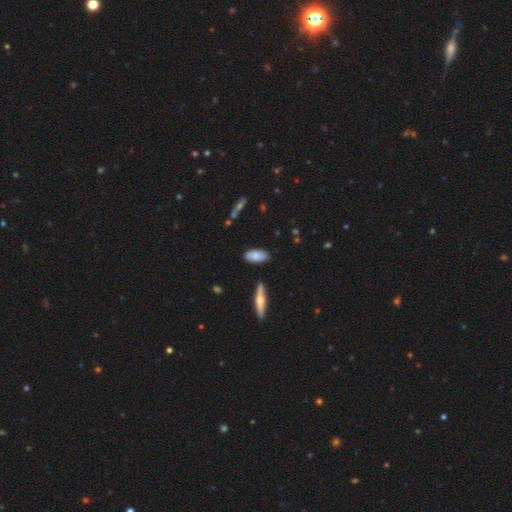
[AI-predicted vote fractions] Smooth or featured? smooth (77%)
How rounded? in between (88%)
Merging? none (82%)